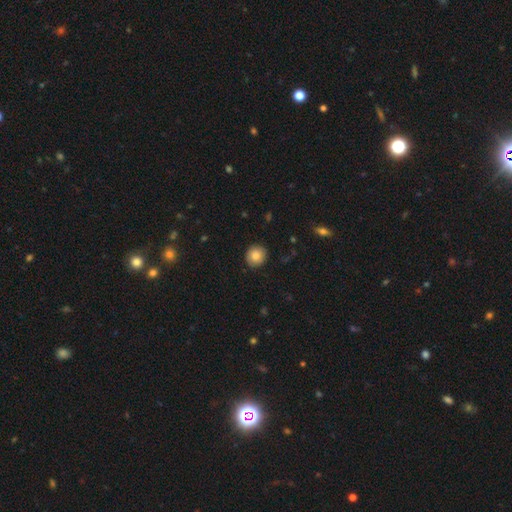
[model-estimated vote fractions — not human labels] A smooth galaxy with no disk features (85%) that is round (89%). Merging: none (89%).